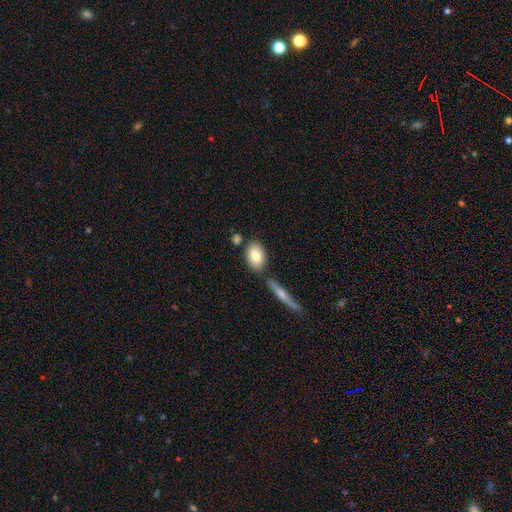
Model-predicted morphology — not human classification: This appears to be a smooth galaxy with no disk features (79%) that is in between round and cigar-shaped (87%). Merging: none (73%).